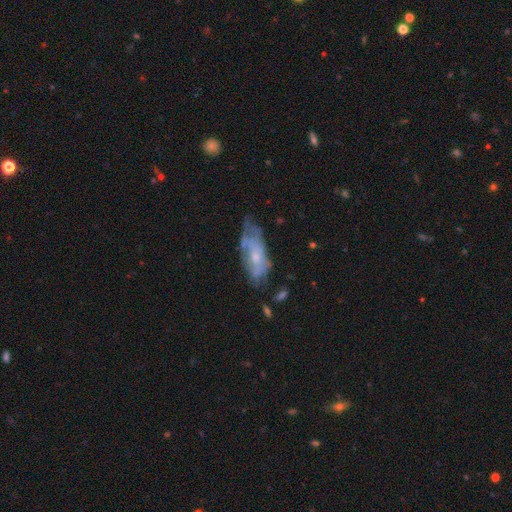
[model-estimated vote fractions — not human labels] Smooth or featured? featured or disk (56%)
Edge-on disk? no (87%)
Merging? none (45%)